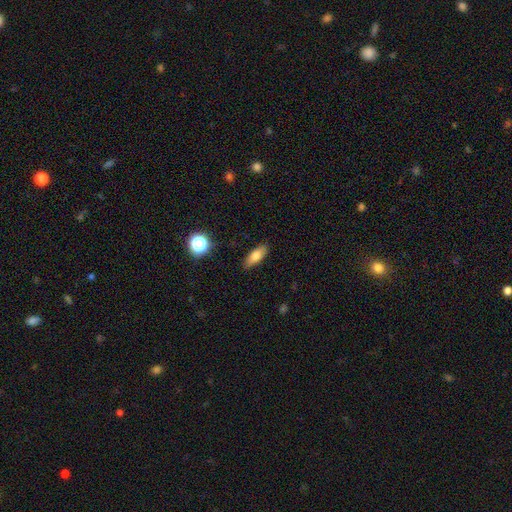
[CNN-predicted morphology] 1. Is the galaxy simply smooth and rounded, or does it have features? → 75% smooth, 16% featured or disk, 9% star or artifact.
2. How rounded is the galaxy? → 69% in between, 27% cigar-shaped, 4% round.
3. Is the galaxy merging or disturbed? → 87% none, 10% minor disturbance, 2% major disturbance, 1% merger.